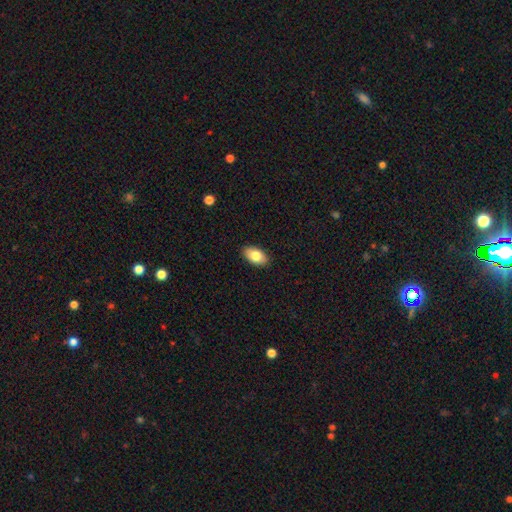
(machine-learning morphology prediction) Smooth or featured: smooth — 82% (featured or disk — 11%)
How rounded: in between — 93% (round — 5%)
Merging: none — 89% (minor disturbance — 8%)